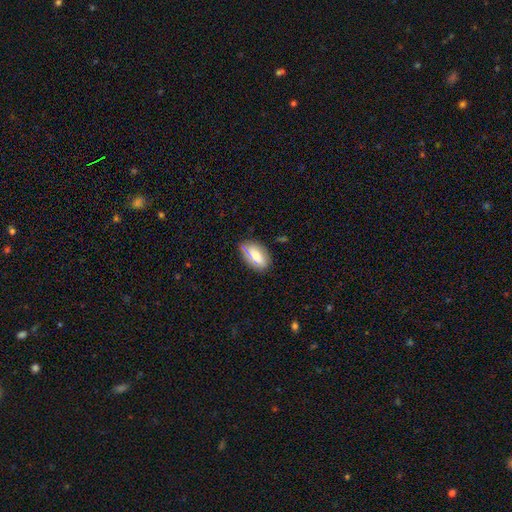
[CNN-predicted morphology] Smooth or featured: smooth — 64% (featured or disk — 27%)
How rounded: in between — 89% (round — 5%)
Merging: none — 72% (minor disturbance — 22%)